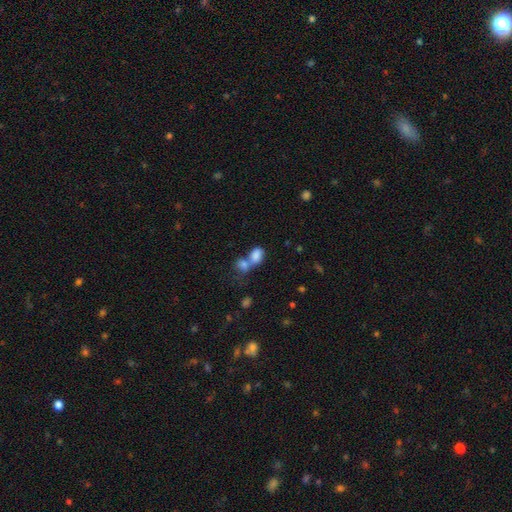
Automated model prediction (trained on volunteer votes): Smooth or featured? smooth (82%)
How rounded? in between (80%)
Merging? merger (59%)